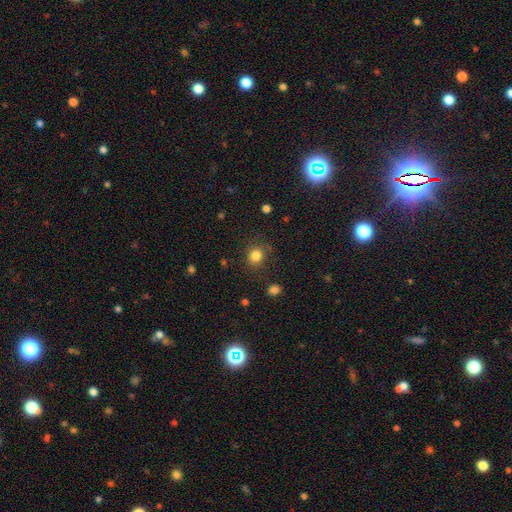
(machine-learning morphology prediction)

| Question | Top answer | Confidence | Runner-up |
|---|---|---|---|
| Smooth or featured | smooth | 82% | star or artifact (12%) |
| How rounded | round | 77% | in between (22%) |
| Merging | none | 83% | minor disturbance (11%) |